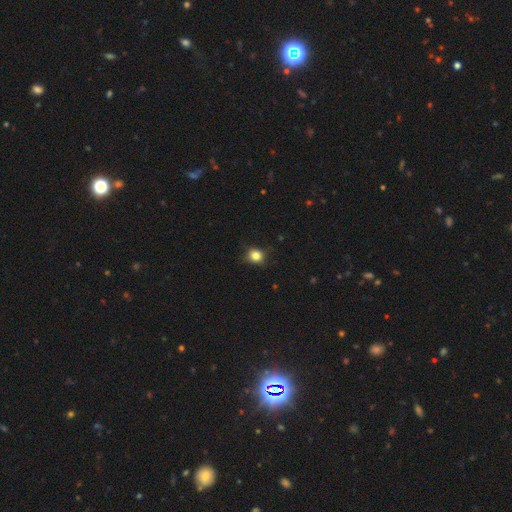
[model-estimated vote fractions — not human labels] A smooth galaxy with no disk features (82%) that is round (75%). Merging: none (76%).